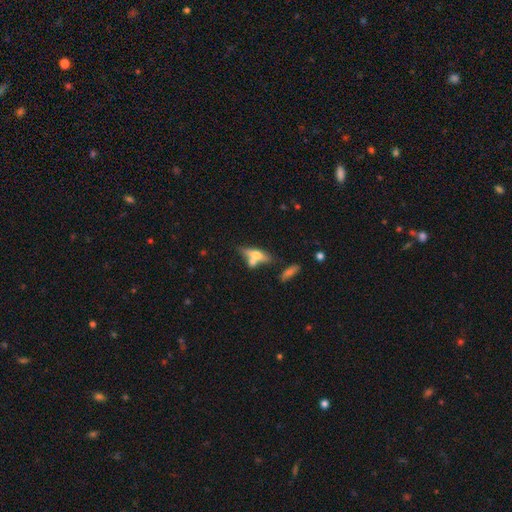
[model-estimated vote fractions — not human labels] Smooth or featured?
  - smooth: 52% *
  - featured or disk: 40%
  - star or artifact: 8%
How rounded?
  - cigar-shaped: 51% *
  - in between: 45%
  - round: 4%
Merging?
  - none: 45% *
  - merger: 35%
  - minor disturbance: 14%
  - major disturbance: 6%